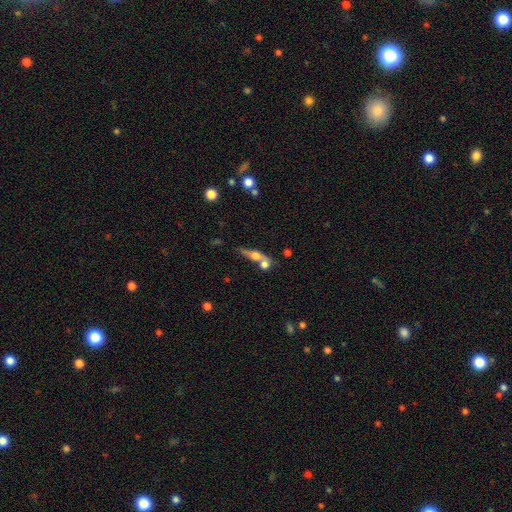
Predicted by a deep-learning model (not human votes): smooth_or_featured: featured or disk (p=0.47) [alt: smooth p=0.43]
merging: merger (p=0.42) [alt: none p=0.41]